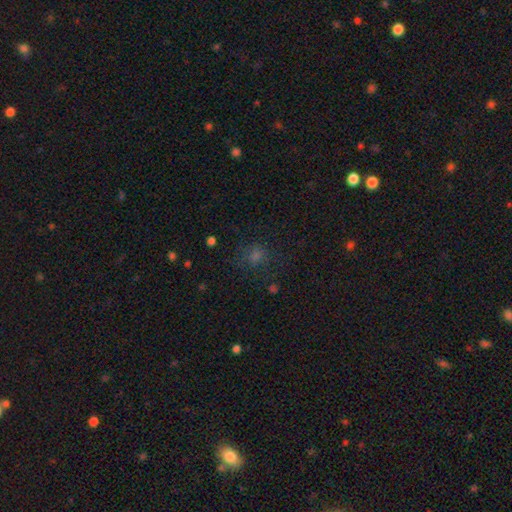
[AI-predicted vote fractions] Smooth or featured: smooth — 56% (star or artifact — 35%)
How rounded: round — 79% (in between — 20%)
Merging: none — 76% (minor disturbance — 14%)